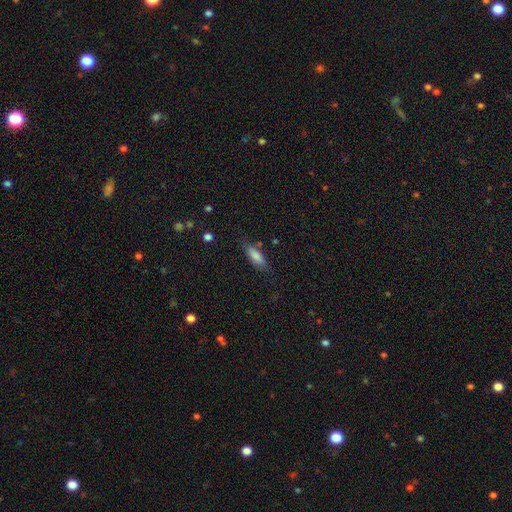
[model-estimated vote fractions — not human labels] A smooth galaxy with no disk features (81%) that is in between round and cigar-shaped (54%). Merging: none (75%).